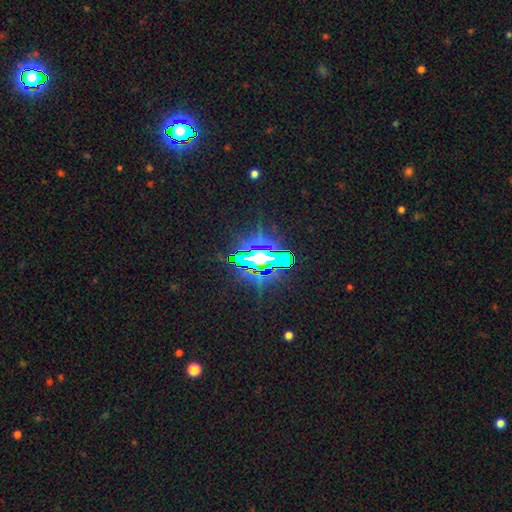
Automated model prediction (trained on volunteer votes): A star or artifact, not a galaxy (70%).

Vote fractions:
- Smooth or featured? star or artifact: 70% / featured or disk: 16% / smooth: 14%